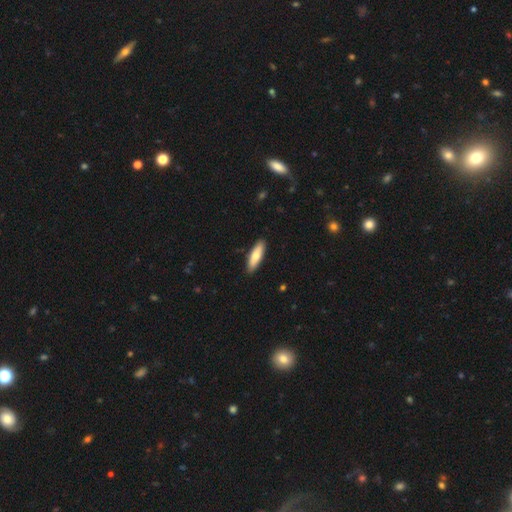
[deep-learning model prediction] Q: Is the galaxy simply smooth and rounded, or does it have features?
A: smooth — 74%.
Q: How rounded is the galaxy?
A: cigar-shaped — 51%.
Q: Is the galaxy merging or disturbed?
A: none — 89%.